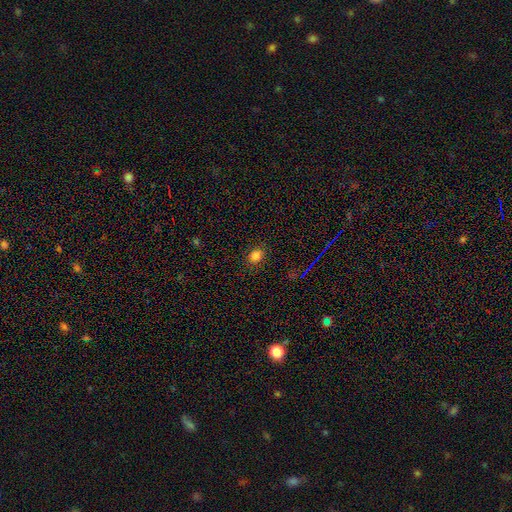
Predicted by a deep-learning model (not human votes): Smooth or featured: smooth — 81% (star or artifact — 13%)
How rounded: in between — 53% (round — 46%)
Merging: none — 87% (minor disturbance — 9%)